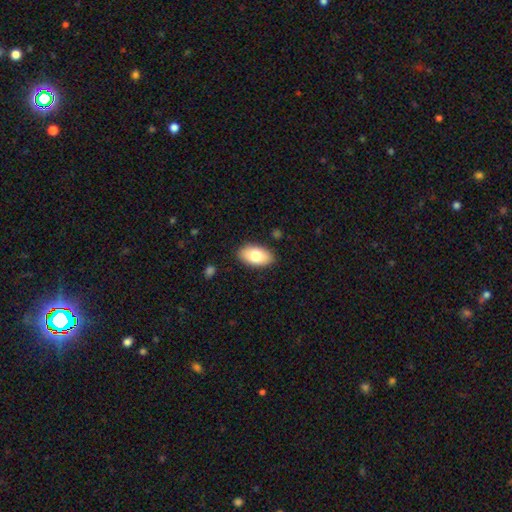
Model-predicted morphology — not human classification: smooth_or_featured: smooth (p=0.77) [alt: featured or disk p=0.16]
how_rounded: in between (p=0.93) [alt: round p=0.05]
merging: none (p=0.87) [alt: minor disturbance p=0.10]